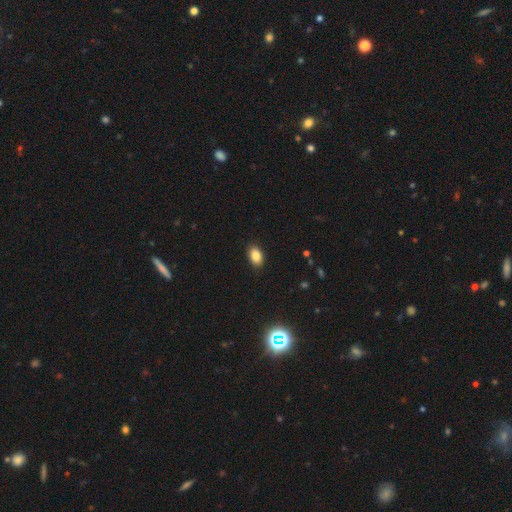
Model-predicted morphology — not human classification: Smooth or featured? Predicted: smooth (p=0.86). How rounded? Predicted: in between (p=0.88). Merging? Predicted: none (p=0.89).